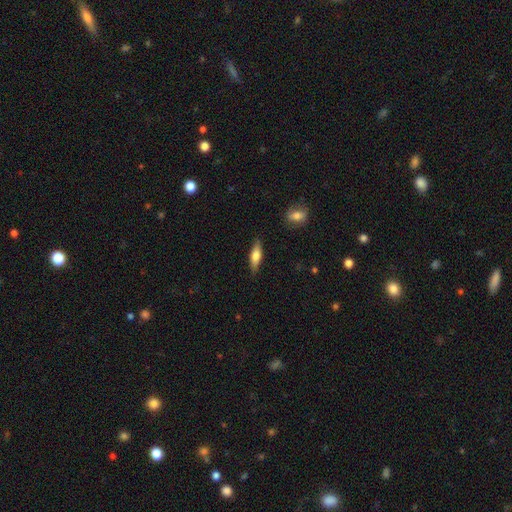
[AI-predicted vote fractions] A smooth galaxy with no disk features (66%) that is in between round and cigar-shaped (50%).

Vote fractions:
- Smooth or featured? smooth: 66% / featured or disk: 28% / star or artifact: 6%
- How rounded? in between: 50% / cigar-shaped: 48% / round: 3%
- Merging? none: 84% / minor disturbance: 12% / major disturbance: 3% / merger: 1%